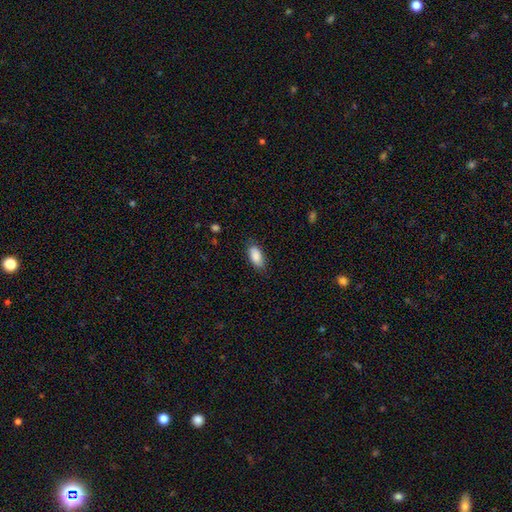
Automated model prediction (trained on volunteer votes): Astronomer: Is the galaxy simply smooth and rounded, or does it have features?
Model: smooth — 89%.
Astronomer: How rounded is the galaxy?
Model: in between — 90%.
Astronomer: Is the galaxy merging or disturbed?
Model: none — 79%.